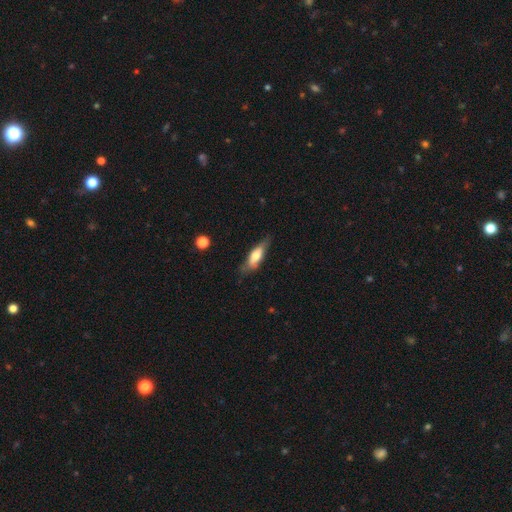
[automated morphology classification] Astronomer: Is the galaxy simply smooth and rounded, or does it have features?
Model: smooth — 60%.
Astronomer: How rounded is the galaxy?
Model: in between — 53% (runner-up: cigar-shaped, 45%).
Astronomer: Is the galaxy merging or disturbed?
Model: none — 66%.